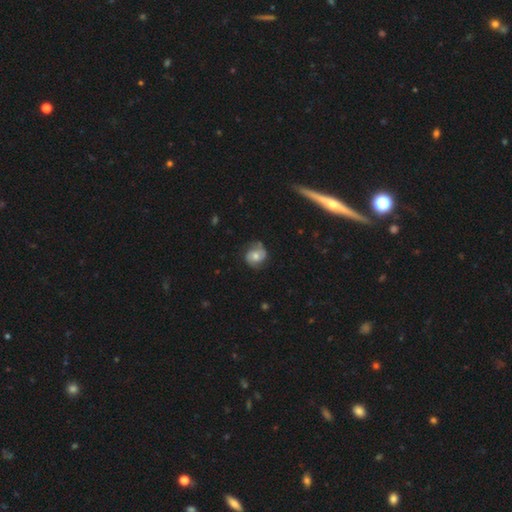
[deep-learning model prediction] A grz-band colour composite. It shows a featured or disk galaxy (57%) with no bar (68%), spiral arms (87%) and a moderate central bulge (62%). Merging: none (70%).